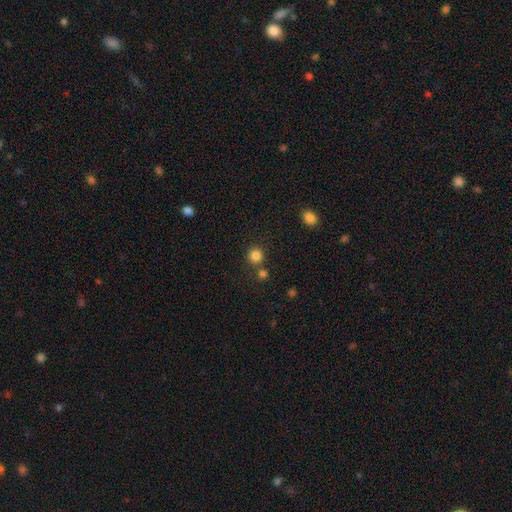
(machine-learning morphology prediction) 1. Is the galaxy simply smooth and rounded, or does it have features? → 83% smooth, 13% star or artifact, 4% featured or disk.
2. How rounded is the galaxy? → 92% round, 7% in between, 1% cigar-shaped.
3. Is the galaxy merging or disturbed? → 76% none, 14% merger, 7% minor disturbance, 3% major disturbance.